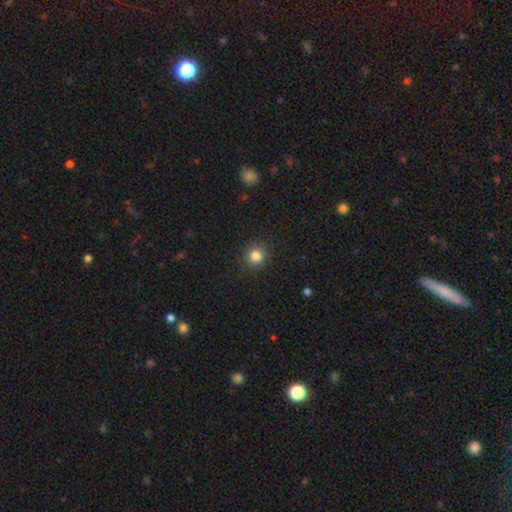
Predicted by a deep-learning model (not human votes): This is clearly a smooth galaxy (83%). How rounded: clearly round (90%). Merging: clearly none (91%).